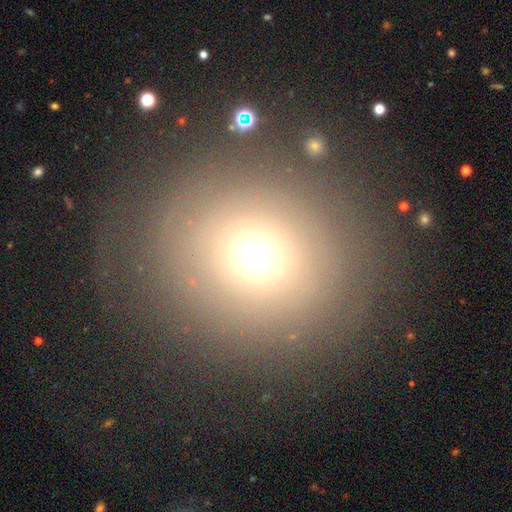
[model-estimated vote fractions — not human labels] smooth 62%, featured or disk 21%, star or artifact 17%. Down the decision tree: how rounded — round (83%); merging — none (76%).